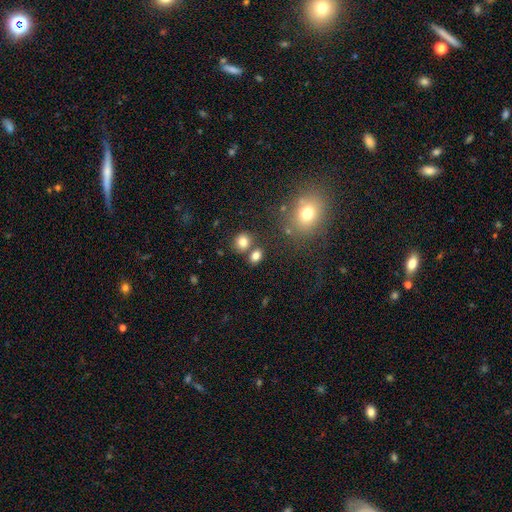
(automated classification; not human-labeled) smooth-or-featured: smooth: 79% | star or artifact: 13% | featured or disk: 7%
  how-rounded: round: 51% | in between: 48% | cigar-shaped: 1%
  merging: none: 67% | merger: 20% | minor disturbance: 9% | major disturbance: 4%